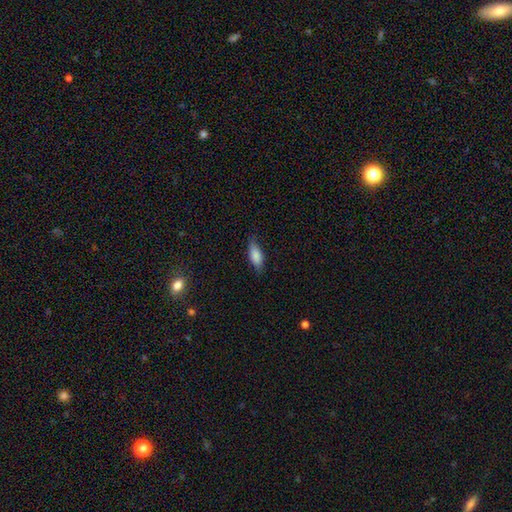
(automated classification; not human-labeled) Smooth or featured: smooth — 81% (featured or disk — 12%)
How rounded: in between — 72% (cigar-shaped — 26%)
Merging: none — 75% (minor disturbance — 20%)